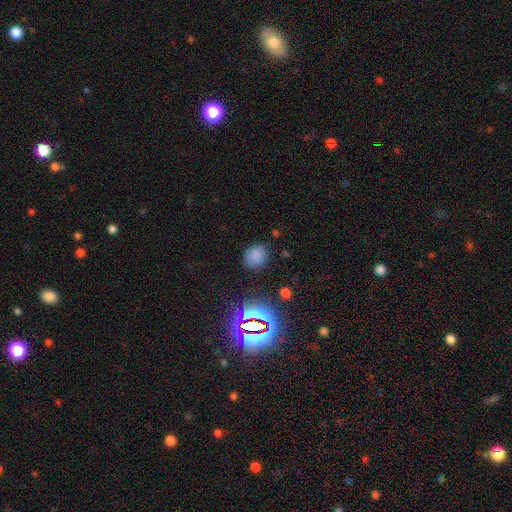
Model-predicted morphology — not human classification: smooth_or_featured: smooth (p=0.76) [alt: star or artifact p=0.18]
how_rounded: in between (p=0.50) [alt: round p=0.49]
merging: none (p=0.80) [alt: minor disturbance p=0.13]